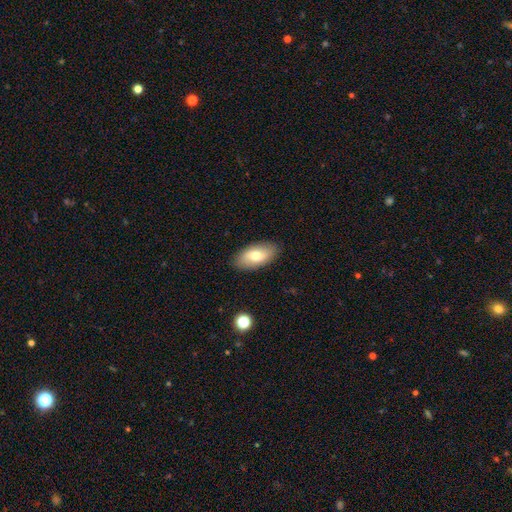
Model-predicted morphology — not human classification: Smooth or featured: smooth — 67% (featured or disk — 26%)
How rounded: in between — 92% (cigar-shaped — 4%)
Merging: none — 88% (minor disturbance — 9%)